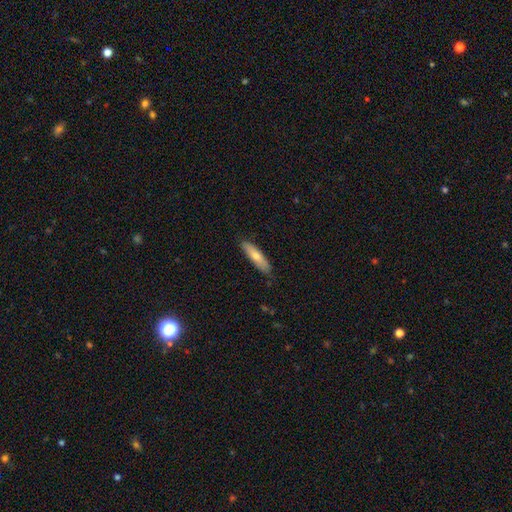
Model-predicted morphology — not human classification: Overall: smooth (68%). How rounded: cigar-shaped (74%). Merging: none (86%).